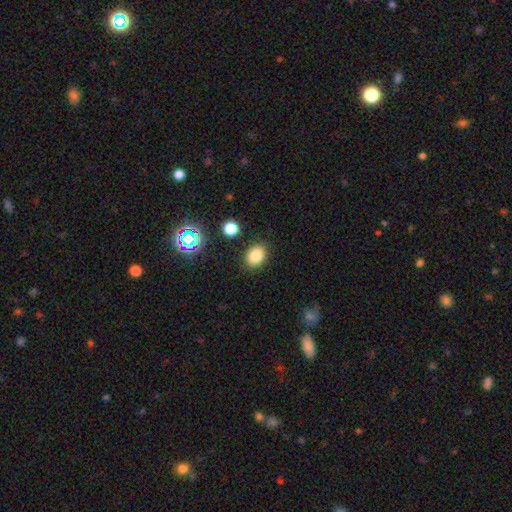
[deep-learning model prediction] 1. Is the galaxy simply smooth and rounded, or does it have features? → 82% smooth, 12% star or artifact, 5% featured or disk.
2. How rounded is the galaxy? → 65% in between, 34% round, 1% cigar-shaped.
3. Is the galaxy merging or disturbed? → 85% none, 10% minor disturbance, 3% major disturbance, 2% merger.